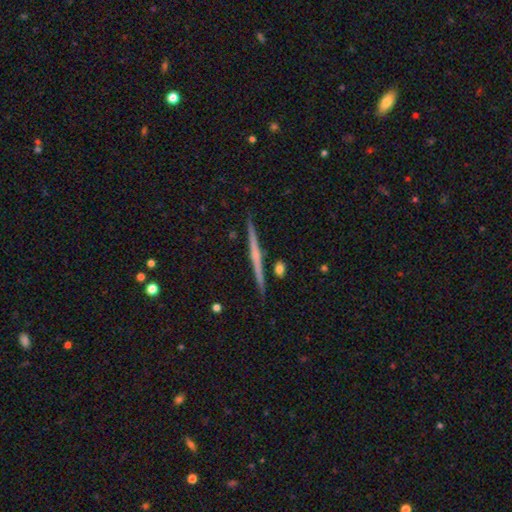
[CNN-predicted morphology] Smooth or featured: featured or disk — 71% (smooth — 23%)
Edge-on disk: yes — 98% (no — 2%)
Edge-on bulge: none — 50% (rounded — 43%)
Merging: none — 91% (minor disturbance — 6%)